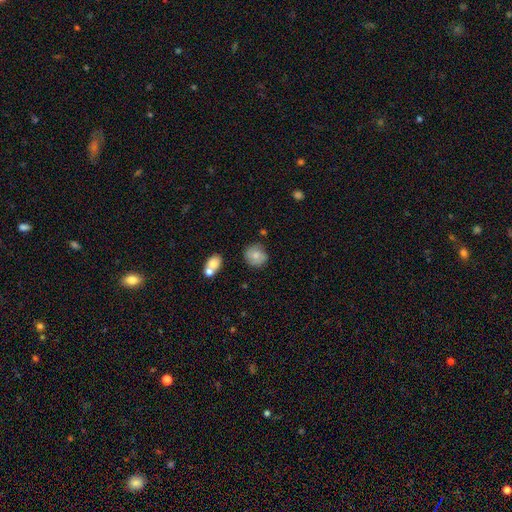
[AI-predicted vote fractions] Overall: smooth (66%; featured or disk 26%). How rounded: round (85%). Merging: none (75%).